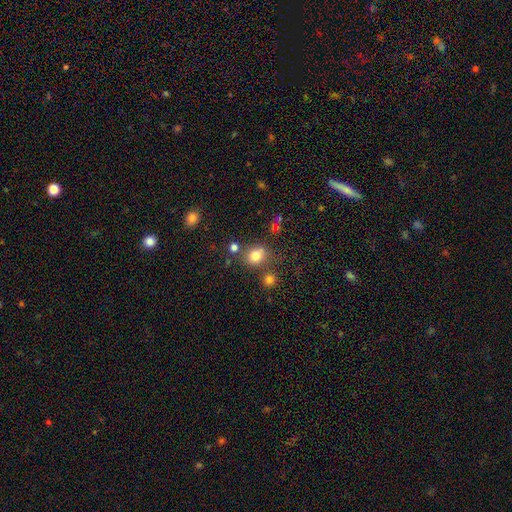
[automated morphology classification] Smooth or featured?
  - smooth: 77% *
  - star or artifact: 15%
  - featured or disk: 9%
How rounded?
  - round: 67% *
  - in between: 32%
  - cigar-shaped: 1%
Merging?
  - none: 67% *
  - minor disturbance: 14%
  - merger: 14%
  - major disturbance: 6%